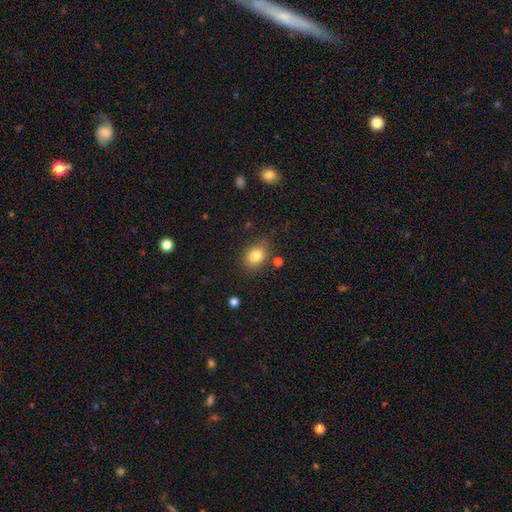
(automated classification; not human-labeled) A smooth galaxy with no disk features (82%) that is in between round and cigar-shaped (54%). Merging: none (80%).